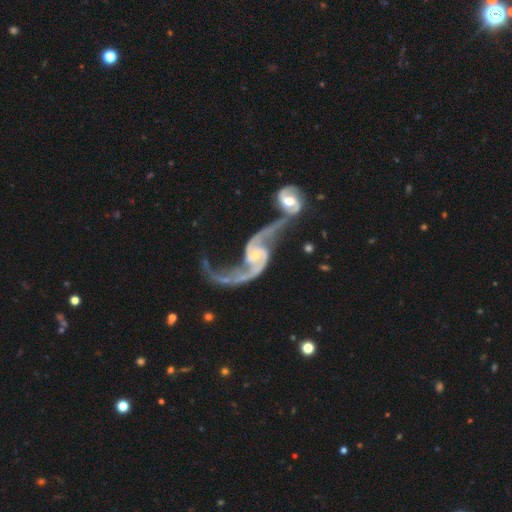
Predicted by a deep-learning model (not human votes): This appears to be a featured or disk galaxy (93%) with no bar (51%), 2 (93%) loose (73%) spiral arms (97%) and a small central bulge (69%). Merging: merger (58%).